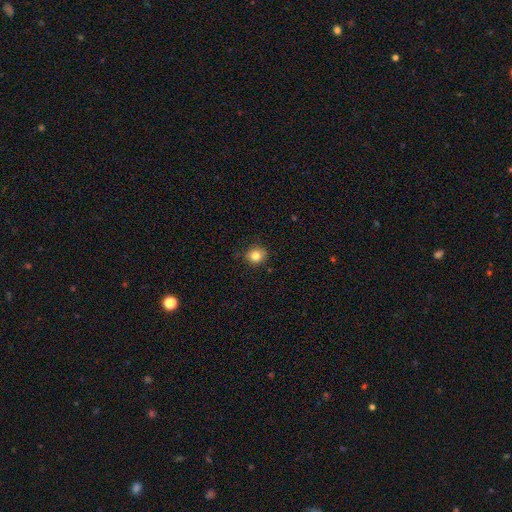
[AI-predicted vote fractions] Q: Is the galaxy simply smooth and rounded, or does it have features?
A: smooth — 82%.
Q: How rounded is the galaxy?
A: round — 82%.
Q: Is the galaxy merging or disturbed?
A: none — 87%.